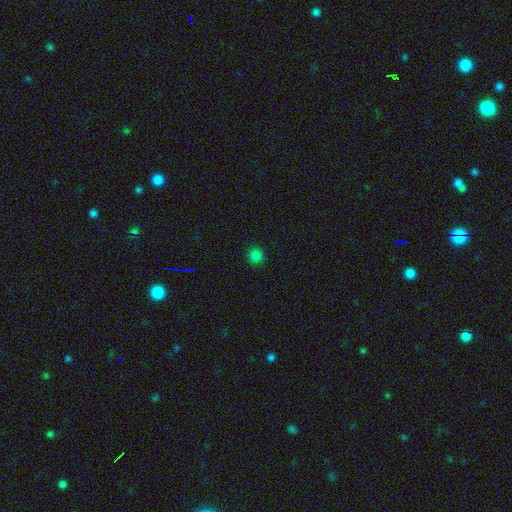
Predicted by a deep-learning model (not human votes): Smooth or featured: smooth — 81% (star or artifact — 16%)
How rounded: round — 90% (in between — 9%)
Merging: none — 91% (minor disturbance — 6%)